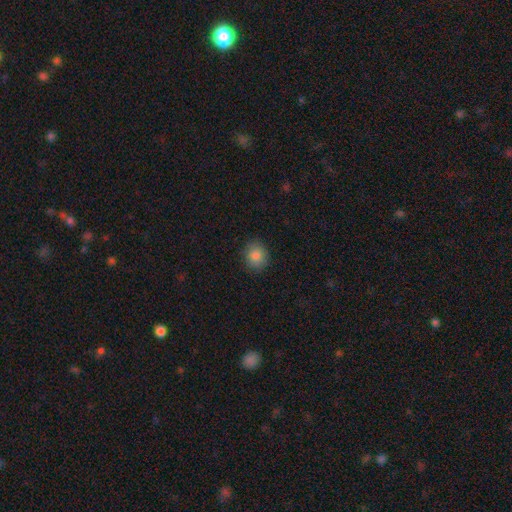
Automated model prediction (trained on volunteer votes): This appears to be a smooth galaxy with no disk features (85%) that is round (73%). Merging: none (88%).